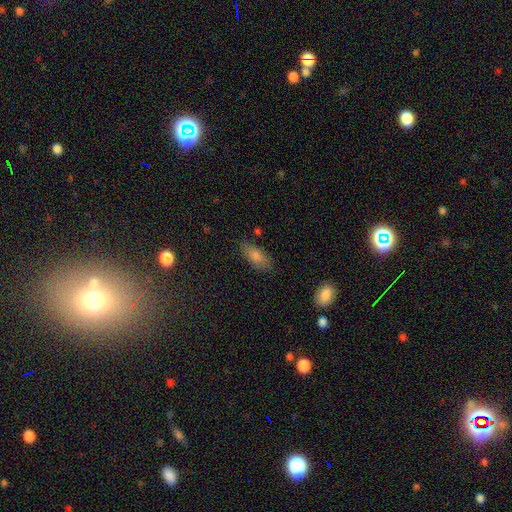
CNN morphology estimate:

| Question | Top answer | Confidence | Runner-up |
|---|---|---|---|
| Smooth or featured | smooth | 74% | featured or disk (16%) |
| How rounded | in between | 83% | cigar-shaped (13%) |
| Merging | none | 79% | minor disturbance (16%) |